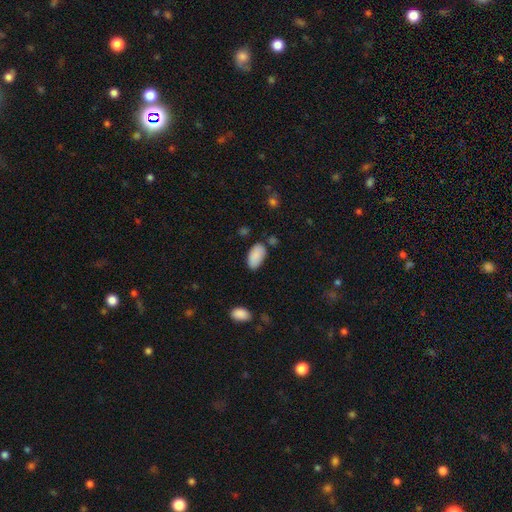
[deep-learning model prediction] Q: Smooth or featured?
A: smooth (89%); runner-up: star or artifact (7%)
Q: How rounded?
A: in between (96%); runner-up: round (2%)
Q: Merging?
A: none (75%); runner-up: minor disturbance (17%)